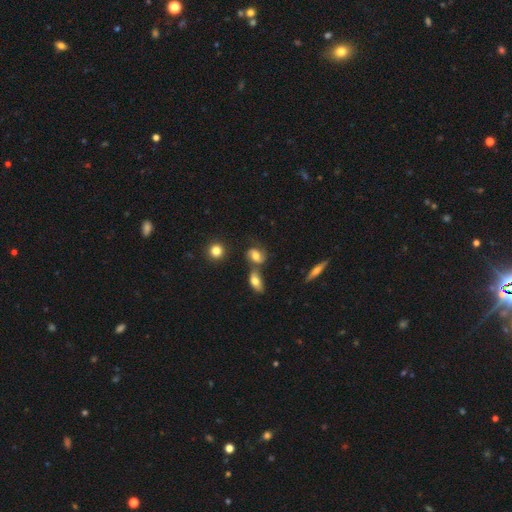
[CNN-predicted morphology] featured or disk 47%, smooth 42%, star or artifact 11%. Down the decision tree: merging — none (51%).